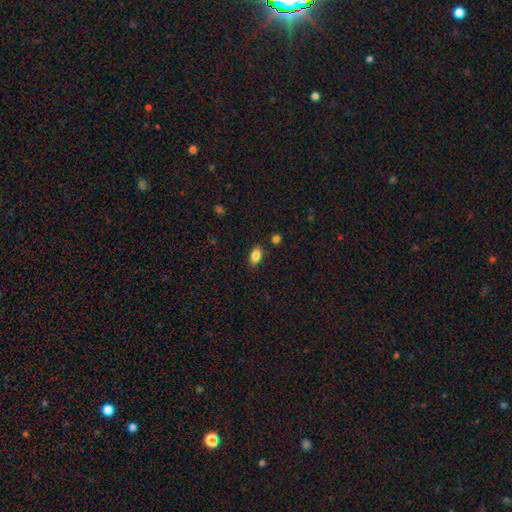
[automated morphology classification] smooth 84%, star or artifact 8%, featured or disk 8%. Down the decision tree: how rounded — in between (91%); merging — none (85%).